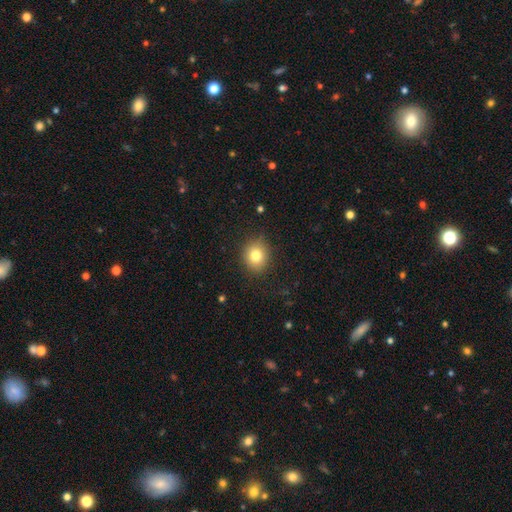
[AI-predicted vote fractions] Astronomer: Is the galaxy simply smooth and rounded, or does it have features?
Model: smooth — 79%.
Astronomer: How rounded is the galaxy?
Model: round — 76%.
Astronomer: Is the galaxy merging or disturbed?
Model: none — 86%.